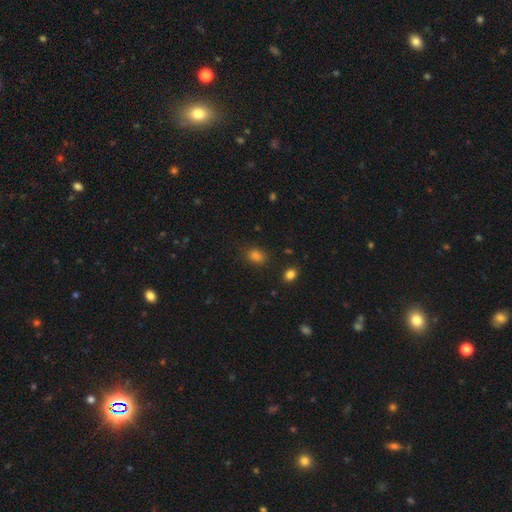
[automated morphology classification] A smooth galaxy with no disk features (77%) that is in between round and cigar-shaped (64%).

Vote fractions:
- Smooth or featured? smooth: 77% / star or artifact: 18% / featured or disk: 5%
- How rounded? in between: 64% / round: 34% / cigar-shaped: 2%
- Merging? none: 81% / minor disturbance: 13% / major disturbance: 4% / merger: 3%